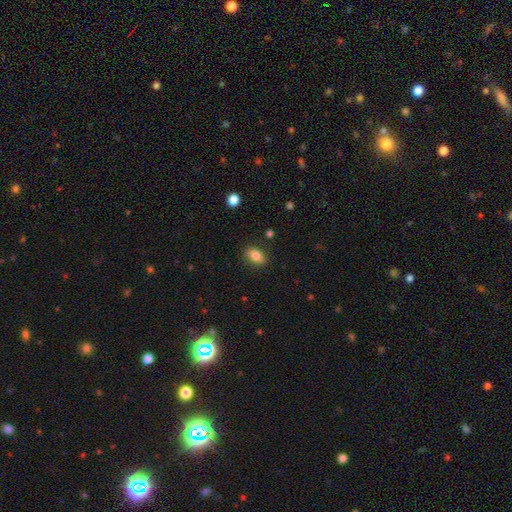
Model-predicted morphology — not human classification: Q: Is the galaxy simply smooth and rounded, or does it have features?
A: smooth — 81%.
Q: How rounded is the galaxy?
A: in between — 83%.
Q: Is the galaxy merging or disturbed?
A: none — 84%.